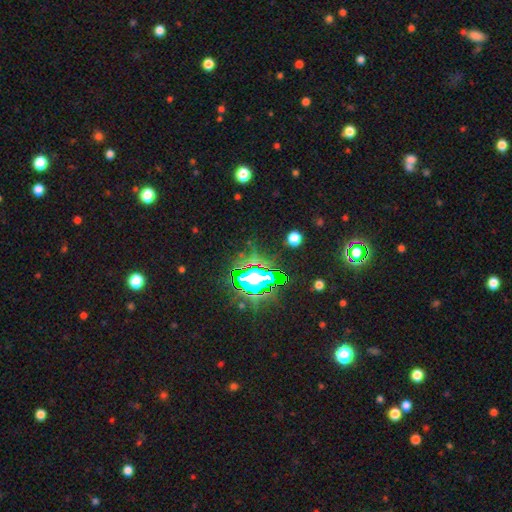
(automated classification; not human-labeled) A star or artifact, not a galaxy (72%).